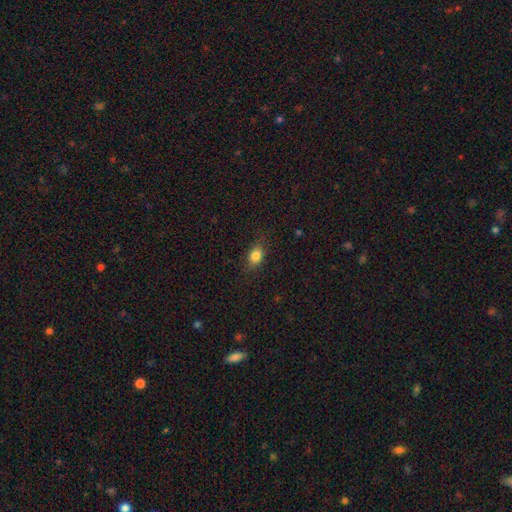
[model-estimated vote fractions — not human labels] This appears to be a smooth galaxy with no disk features (82%) that is in between round and cigar-shaped (71%). Merging: none (80%).